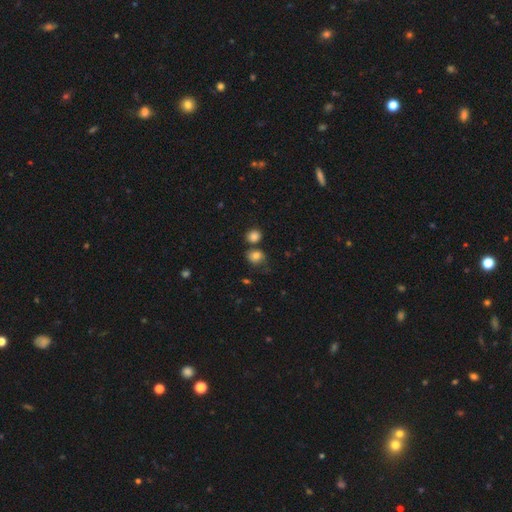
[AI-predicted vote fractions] A smooth galaxy with no disk features (81%) that is round (63%). Merging: none (61%).